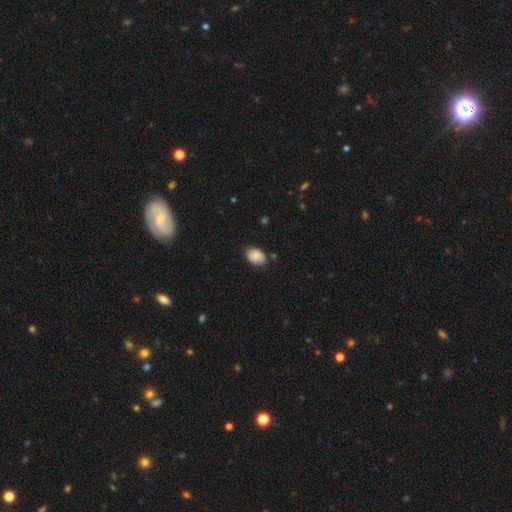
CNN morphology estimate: Smooth or featured? Predicted: smooth (p=0.84). How rounded? Predicted: in between (p=0.82). Merging? Predicted: none (p=0.78).